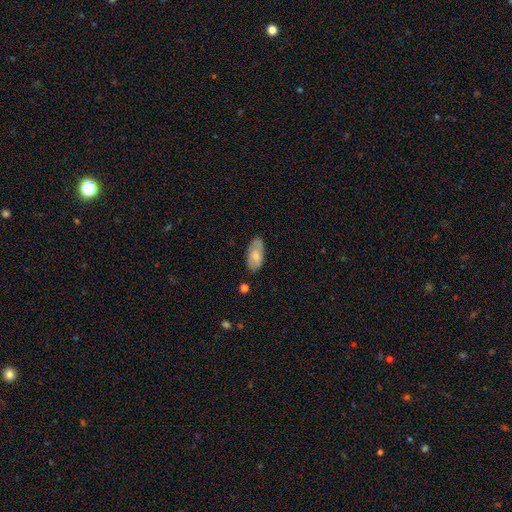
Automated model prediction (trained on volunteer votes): A smooth galaxy with no disk features (67%) that is in between round and cigar-shaped (92%).

Vote fractions:
- Smooth or featured? smooth: 67% / featured or disk: 27% / star or artifact: 6%
- How rounded? in between: 92% / cigar-shaped: 6% / round: 3%
- Merging? none: 79% / minor disturbance: 16% / major disturbance: 3% / merger: 2%